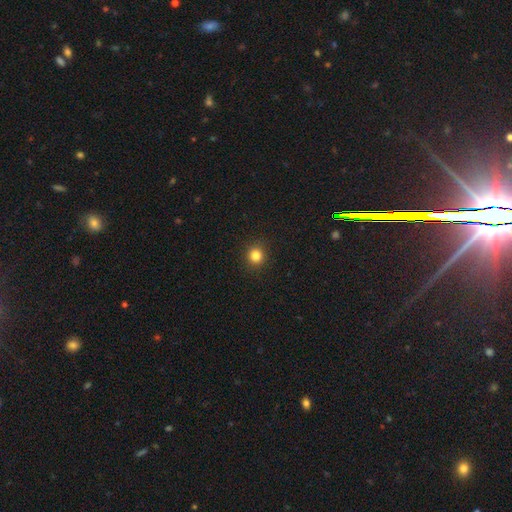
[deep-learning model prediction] A smooth galaxy with no disk features (84%) that is round (92%).

Vote fractions:
- Smooth or featured? smooth: 84% / star or artifact: 13% / featured or disk: 4%
- How rounded? round: 92% / in between: 8% / cigar-shaped: 1%
- Merging? none: 92% / minor disturbance: 5% / major disturbance: 2% / merger: 1%